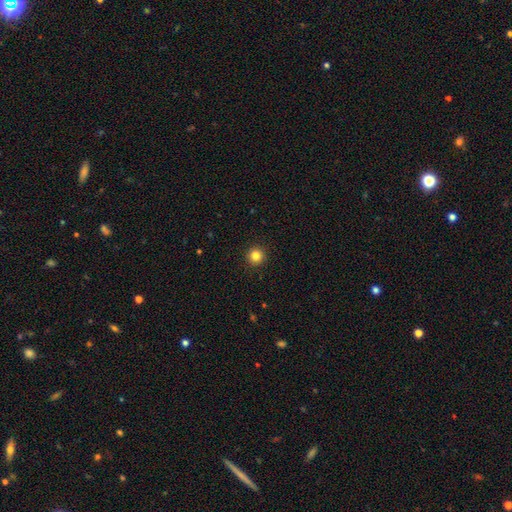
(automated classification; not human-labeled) The model was most divided on "smooth or featured": smooth: 83%, star or artifact: 12%, featured or disk: 5%. More confident: how rounded — round (96%); merging — none (93%).